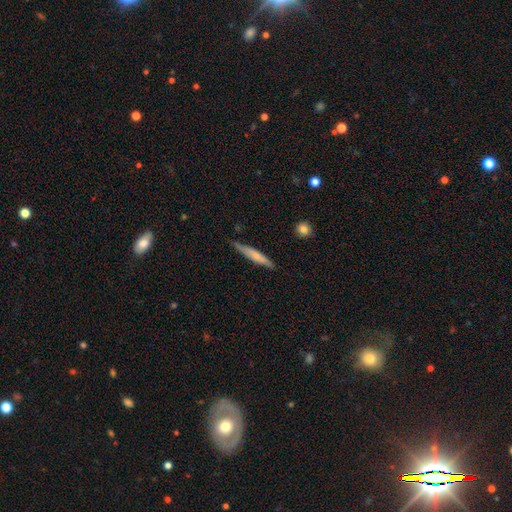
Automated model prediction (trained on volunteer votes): A smooth galaxy with no disk features (59%) that is cigar-shaped (92%). Merging: none (79%).